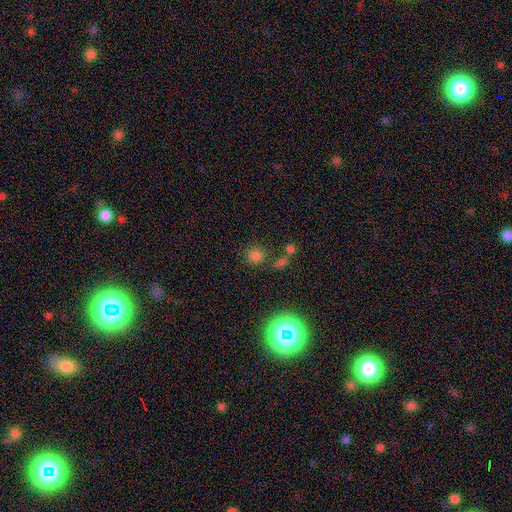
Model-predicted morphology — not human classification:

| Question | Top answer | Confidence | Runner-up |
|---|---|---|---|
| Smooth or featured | smooth | 71% | star or artifact (23%) |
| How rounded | round | 88% | in between (10%) |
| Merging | none | 74% | minor disturbance (11%) |